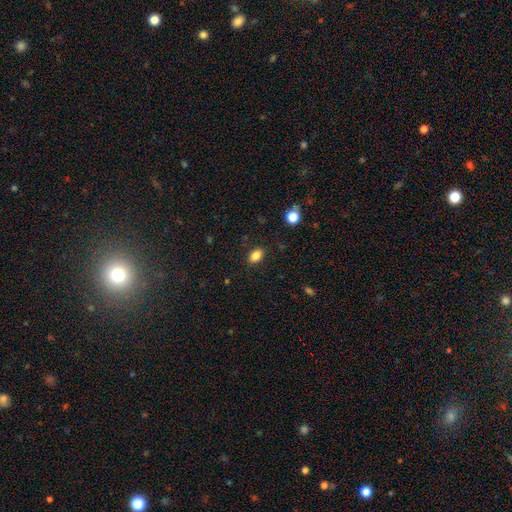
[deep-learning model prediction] smooth_or_featured: smooth (p=0.84) [alt: star or artifact p=0.11]
how_rounded: in between (p=0.83) [alt: round p=0.16]
merging: none (p=0.88) [alt: minor disturbance p=0.09]